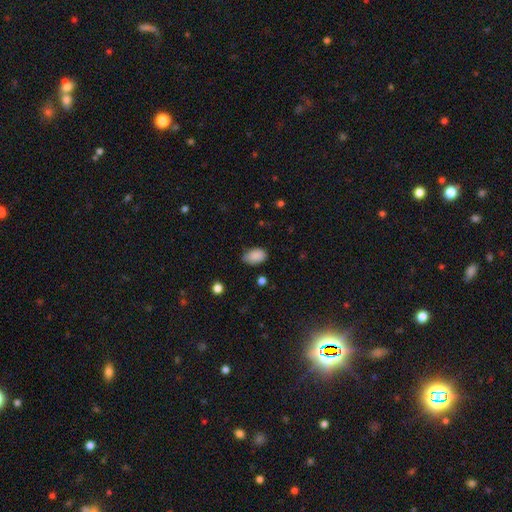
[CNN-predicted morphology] smooth 87%, star or artifact 8%, featured or disk 6%. Down the decision tree: how rounded — in between (89%); merging — none (68%).